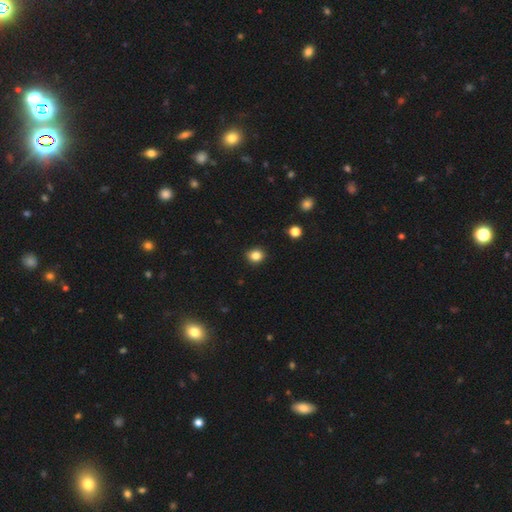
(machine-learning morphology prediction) This appears to be a smooth galaxy with no disk features (84%) that is round (76%). Merging: none (91%).